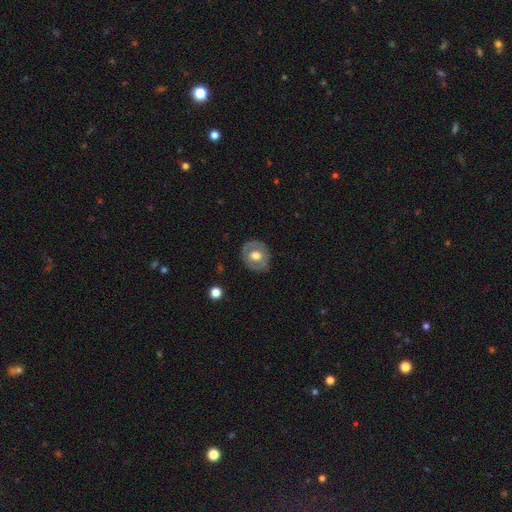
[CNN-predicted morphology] smooth-or-featured: smooth: 48% | featured or disk: 45% | star or artifact: 7%
  merging: none: 81% | minor disturbance: 14% | major disturbance: 4% | merger: 1%